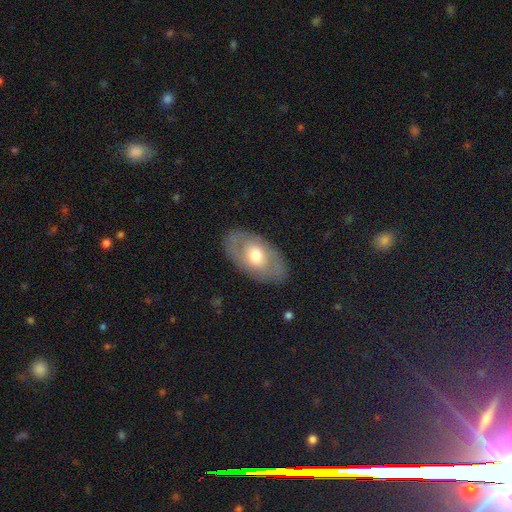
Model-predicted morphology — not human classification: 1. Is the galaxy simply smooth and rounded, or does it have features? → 50% smooth, 44% featured or disk, 6% star or artifact.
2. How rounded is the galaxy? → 91% in between, 8% round, 2% cigar-shaped.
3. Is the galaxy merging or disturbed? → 83% none, 12% minor disturbance, 4% major disturbance, 1% merger.